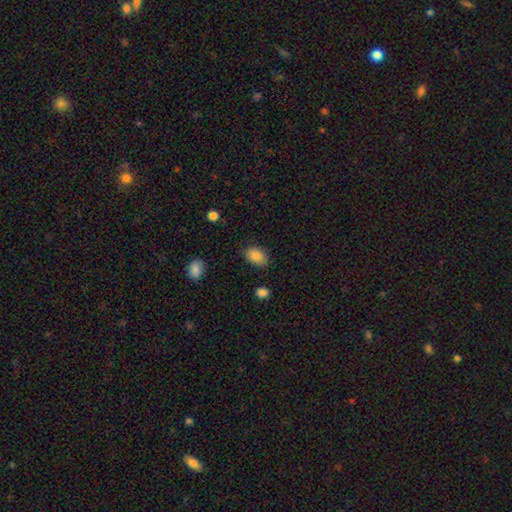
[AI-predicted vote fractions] A smooth galaxy with no disk features (86%) that is in between round and cigar-shaped (85%). Merging: none (82%).